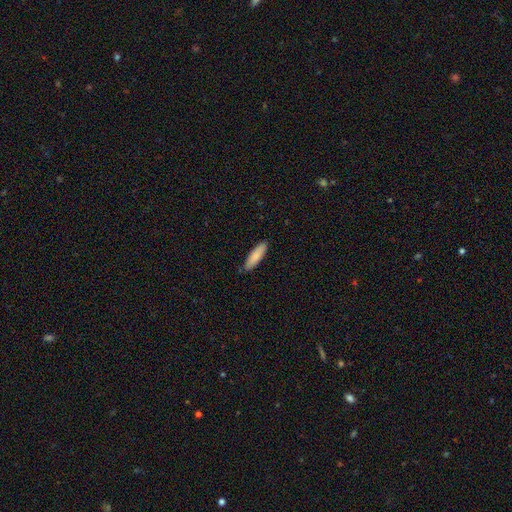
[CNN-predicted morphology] A smooth galaxy with no disk features (84%) that is cigar-shaped (64%).

Vote fractions:
- Smooth or featured? smooth: 84% / featured or disk: 11% / star or artifact: 6%
- How rounded? cigar-shaped: 64% / in between: 34% / round: 1%
- Merging? none: 88% / minor disturbance: 10% / major disturbance: 2% / merger: 1%